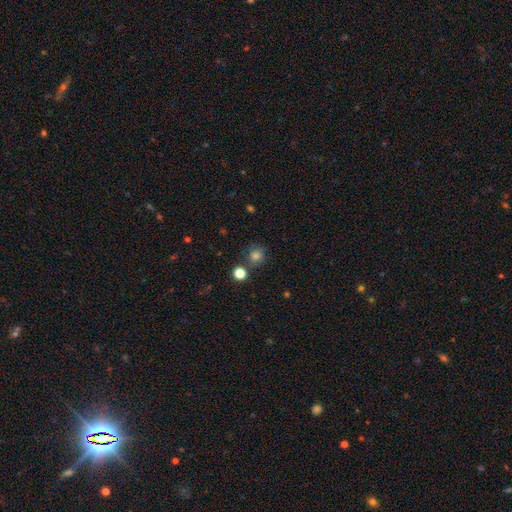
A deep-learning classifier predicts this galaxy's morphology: Smooth or featured? Predicted: smooth (p=0.80). How rounded? Predicted: round (p=0.88). Merging? Predicted: none (p=0.73).